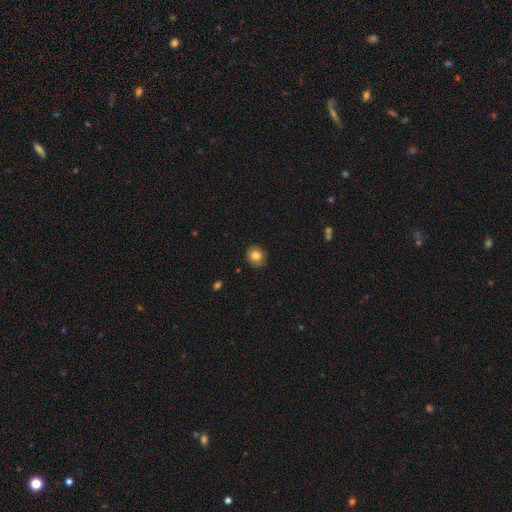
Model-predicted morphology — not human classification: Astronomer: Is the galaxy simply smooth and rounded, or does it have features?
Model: smooth — 79%.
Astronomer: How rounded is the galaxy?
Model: round — 78%.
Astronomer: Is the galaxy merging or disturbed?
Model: none — 87%.